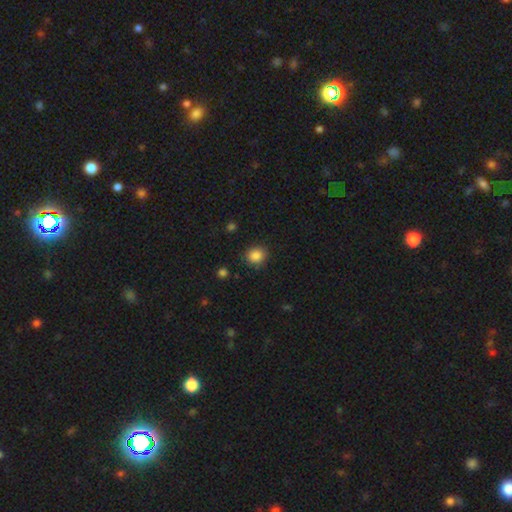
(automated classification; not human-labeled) Smooth or featured: smooth — 86% (star or artifact — 10%)
How rounded: round — 81% (in between — 18%)
Merging: none — 87% (minor disturbance — 9%)